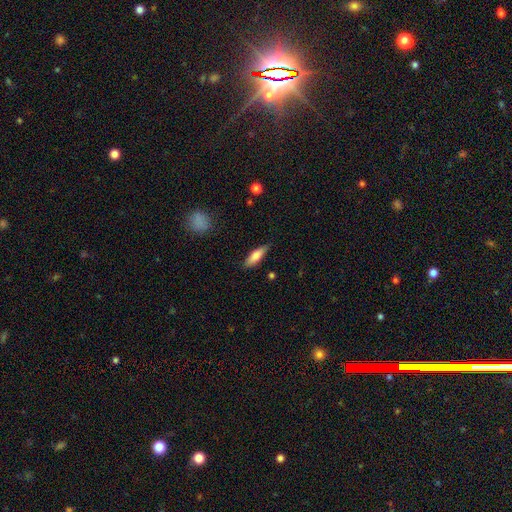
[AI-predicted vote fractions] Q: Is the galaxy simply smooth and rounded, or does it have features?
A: smooth — 73%.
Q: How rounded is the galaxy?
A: cigar-shaped — 50%.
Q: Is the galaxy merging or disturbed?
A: none — 82%.